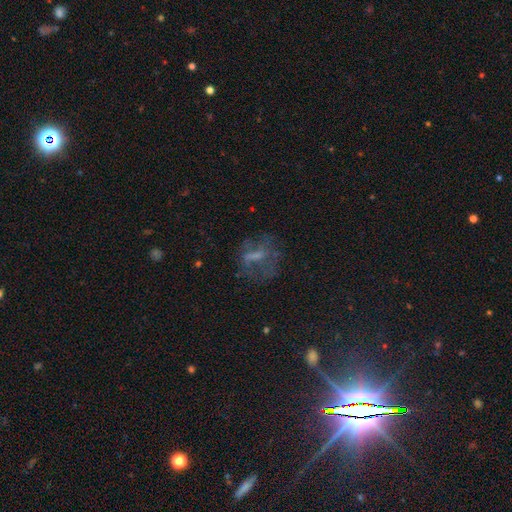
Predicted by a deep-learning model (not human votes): Smooth or featured?
  - featured or disk: 49% *
  - smooth: 31%
  - star or artifact: 20%
Merging?
  - none: 49% *
  - major disturbance: 30%
  - minor disturbance: 17%
  - merger: 3%